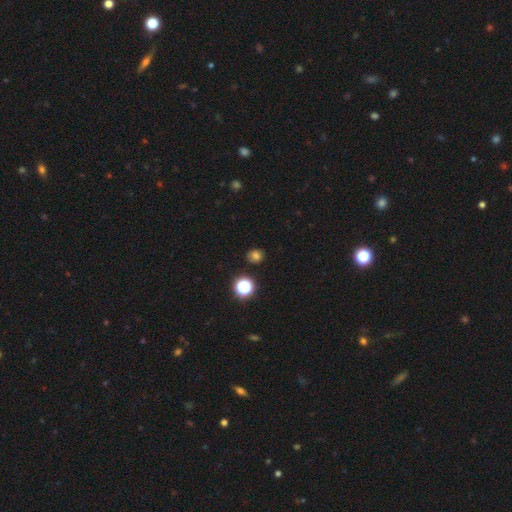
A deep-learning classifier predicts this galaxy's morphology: This appears to be a smooth galaxy with no disk features (75%) that is round (75%). Merging: none (86%).